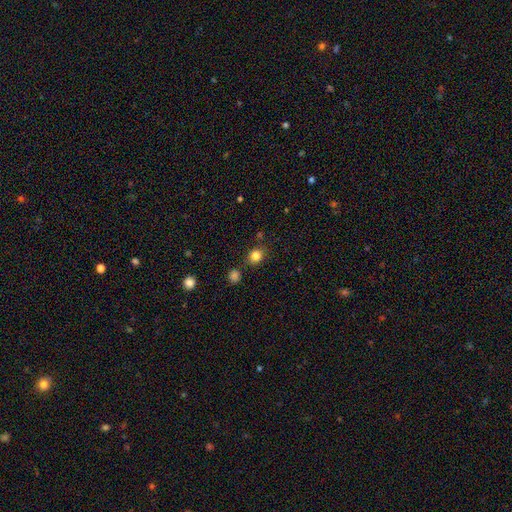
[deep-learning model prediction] This is clearly a smooth galaxy (83%). How rounded: likely round (72%). Merging: clearly none (80%).